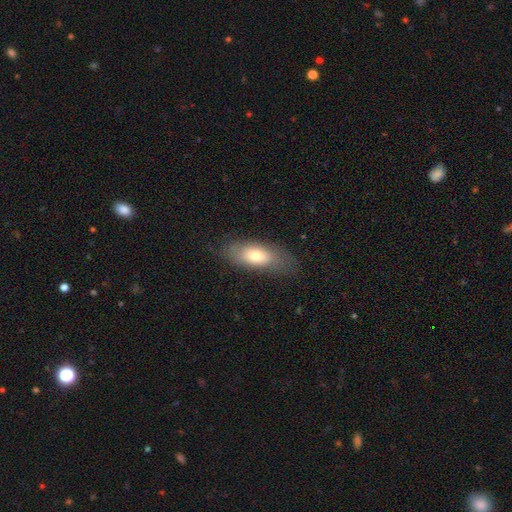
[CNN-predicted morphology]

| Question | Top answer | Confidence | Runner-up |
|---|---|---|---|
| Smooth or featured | smooth | 69% | featured or disk (24%) |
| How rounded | in between | 79% | cigar-shaped (18%) |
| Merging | none | 72% | minor disturbance (19%) |